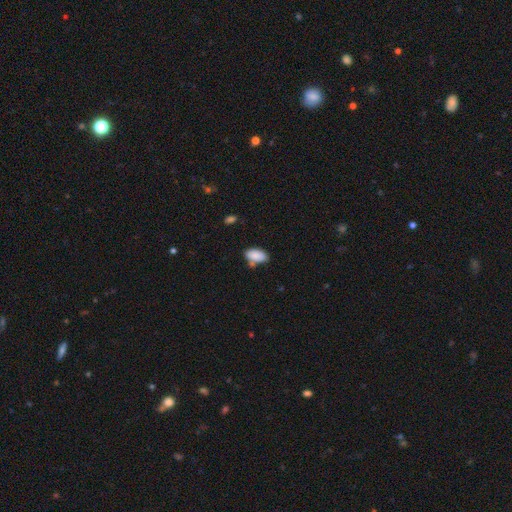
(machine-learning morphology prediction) smooth 87%, star or artifact 7%, featured or disk 6%. Down the decision tree: how rounded — in between (94%); merging — none (64%).